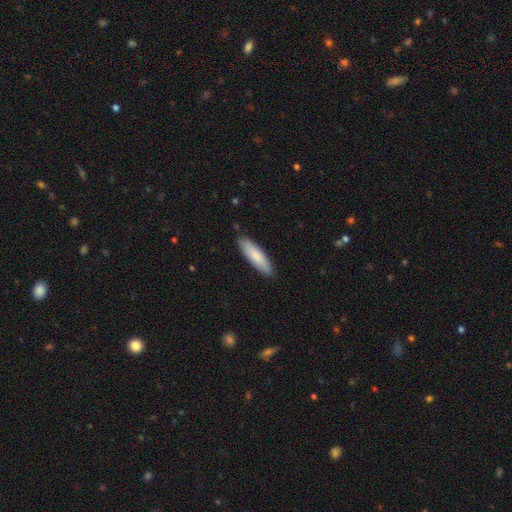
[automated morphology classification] Smooth or featured?
  - smooth: 82% *
  - featured or disk: 13%
  - star or artifact: 5%
How rounded?
  - cigar-shaped: 67% *
  - in between: 32%
  - round: 1%
Merging?
  - none: 88% *
  - minor disturbance: 9%
  - major disturbance: 2%
  - merger: 1%